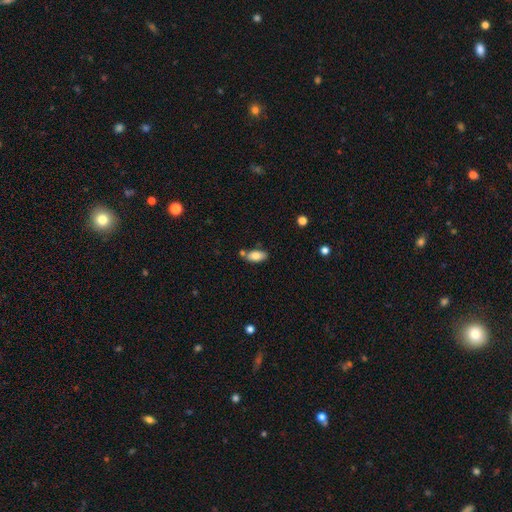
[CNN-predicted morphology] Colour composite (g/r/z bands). It shows a smooth galaxy with no disk features (80%) that is in between round and cigar-shaped (90%). Merging: none (69%).